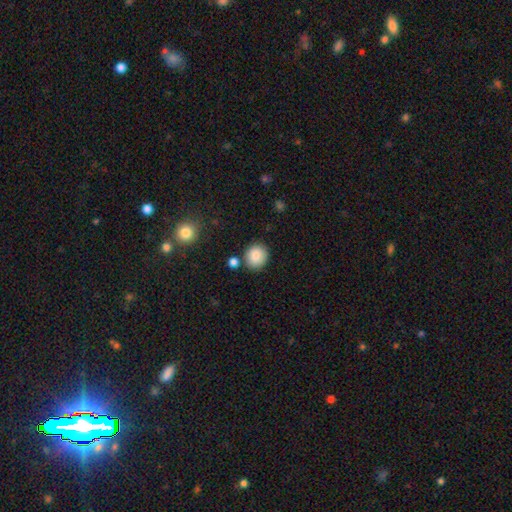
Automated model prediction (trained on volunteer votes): smooth 87%, star or artifact 8%, featured or disk 5%. Down the decision tree: how rounded — round (84%); merging — none (81%).